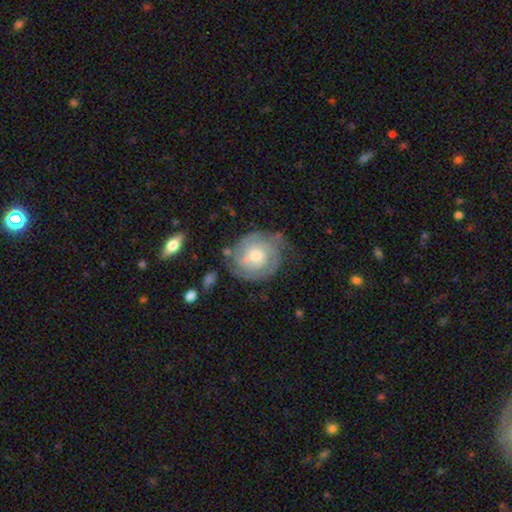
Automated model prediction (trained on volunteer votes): Smooth or featured?
  - featured or disk: 76% *
  - smooth: 18%
  - star or artifact: 6%
Edge-on disk?
  - no: 97% *
  - yes: 3%
Bar?
  - no: 72% *
  - weak: 24%
  - strong: 4%
Spiral arms?
  - yes: 91% *
  - no: 9%
Spiral winding?
  - tight: 73% *
  - medium: 21%
  - loose: 6%
Spiral arm count?
  - 2: 44% *
  - can't tell: 30%
  - 3: 13%
  - 1: 5%
  - 4: 4%
  - more than 4: 3%
Bulge size?
  - moderate: 57% *
  - small: 36%
  - large: 5%
  - none: 2%
  - dominant: 1%
Merging?
  - none: 69% *
  - minor disturbance: 20%
  - major disturbance: 8%
  - merger: 3%